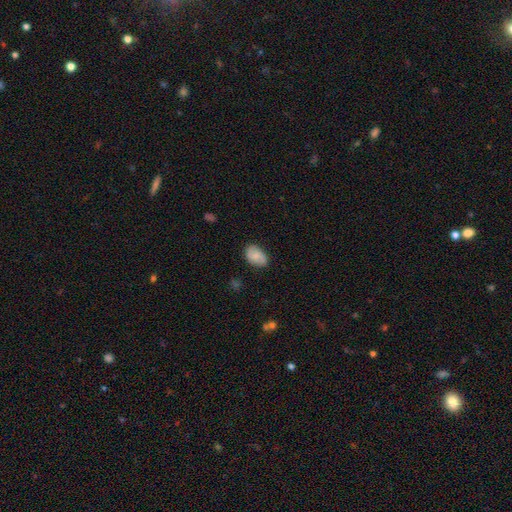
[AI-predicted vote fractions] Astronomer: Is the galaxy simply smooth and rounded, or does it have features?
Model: smooth — 69%.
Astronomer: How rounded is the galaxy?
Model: in between — 89%.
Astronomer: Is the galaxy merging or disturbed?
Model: none — 76%.